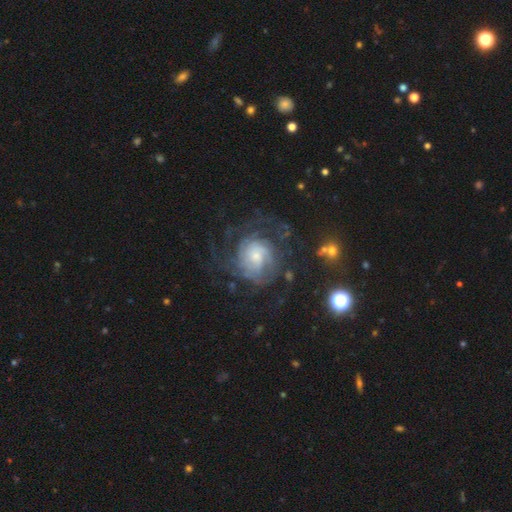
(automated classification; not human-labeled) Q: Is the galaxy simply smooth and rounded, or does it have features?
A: featured or disk — 78%.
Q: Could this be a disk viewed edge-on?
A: no — 98%.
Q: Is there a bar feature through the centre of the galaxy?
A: no — 68%.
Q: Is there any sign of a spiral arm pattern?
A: yes — 91%.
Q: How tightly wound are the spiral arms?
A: tight — 54%.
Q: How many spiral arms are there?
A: can't tell — 45%.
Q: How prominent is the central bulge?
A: small — 44%.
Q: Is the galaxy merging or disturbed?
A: none — 61%.